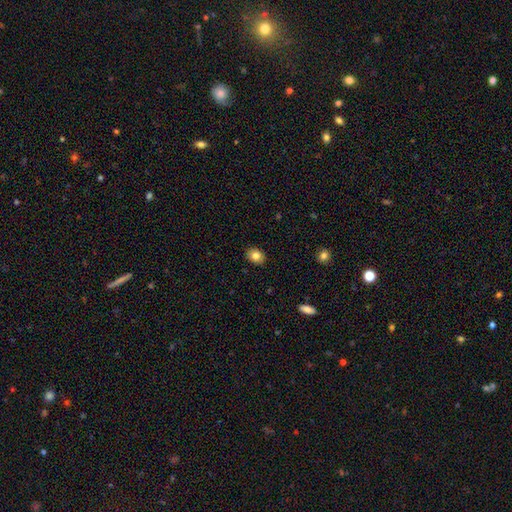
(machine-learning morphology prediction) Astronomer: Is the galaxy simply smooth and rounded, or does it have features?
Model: smooth — 82%.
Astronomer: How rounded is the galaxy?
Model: in between — 60% (runner-up: round, 39%).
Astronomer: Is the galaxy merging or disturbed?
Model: none — 89%.